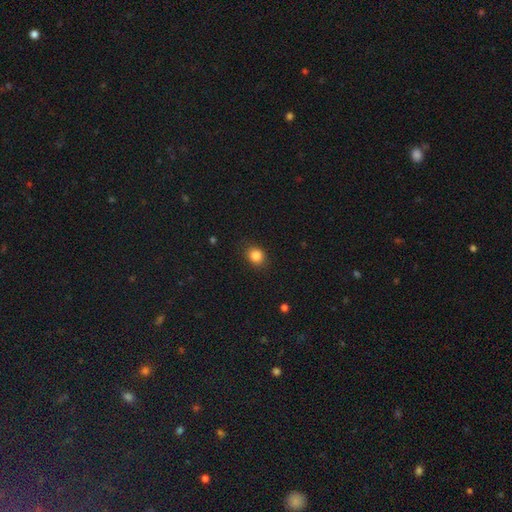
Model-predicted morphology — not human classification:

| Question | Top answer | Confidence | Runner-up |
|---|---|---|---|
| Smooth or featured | smooth | 85% | star or artifact (11%) |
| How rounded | round | 68% | in between (32%) |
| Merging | none | 86% | minor disturbance (10%) |